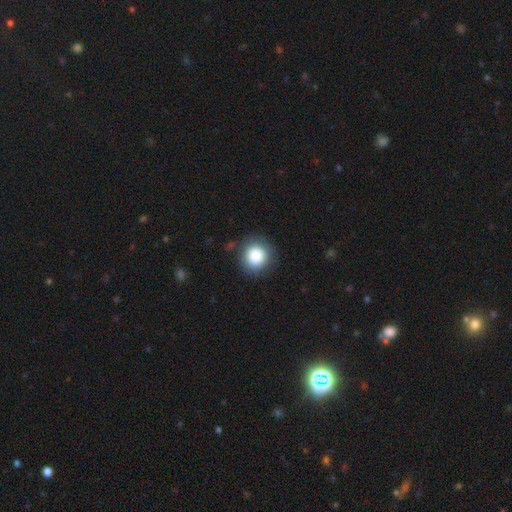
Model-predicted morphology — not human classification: The model was most divided on "merging": none: 85%, minor disturbance: 10%, major disturbance: 3%, merger: 2%. More confident: how rounded — round (92%); smooth or featured — smooth (86%).